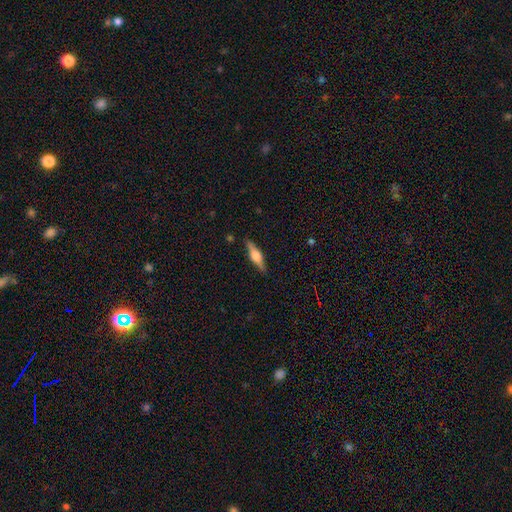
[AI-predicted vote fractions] A featured or disk galaxy (62%) viewed edge-on (96%) with a rounded central bulge (88%).

Vote fractions:
- Smooth or featured? featured or disk: 62% / smooth: 31% / star or artifact: 6%
- Edge-on disk? yes: 96% / no: 4%
- Edge-on bulge? rounded: 88% / boxy: 10% / none: 2%
- Merging? none: 88% / minor disturbance: 9% / major disturbance: 2% / merger: 1%